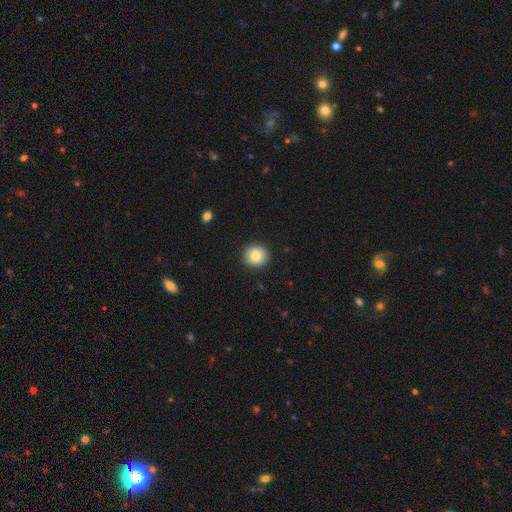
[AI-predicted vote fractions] Smooth or featured: smooth — 82% (star or artifact — 9%)
How rounded: round — 93% (in between — 6%)
Merging: none — 92% (minor disturbance — 5%)